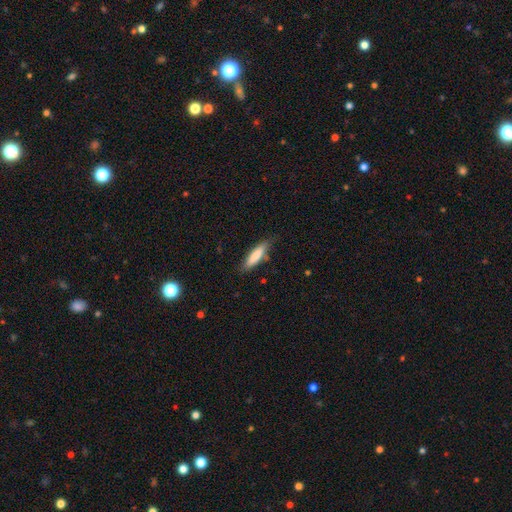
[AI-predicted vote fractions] Q: Smooth or featured?
A: smooth (79%); runner-up: featured or disk (15%)
Q: How rounded?
A: cigar-shaped (69%); runner-up: in between (29%)
Q: Merging?
A: none (72%); runner-up: minor disturbance (21%)